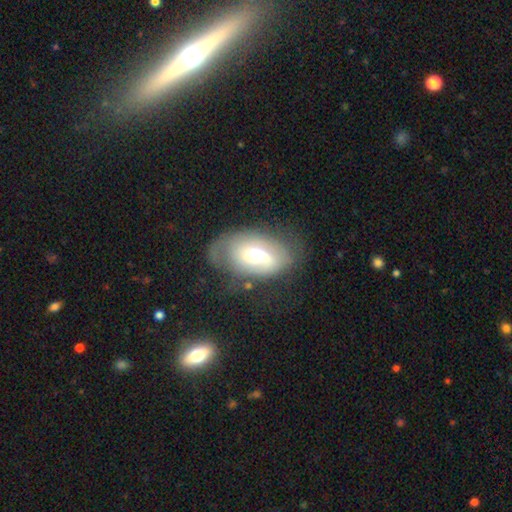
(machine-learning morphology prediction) Q: Smooth or featured?
A: featured or disk (53%); runner-up: smooth (39%)
Q: Edge-on disk?
A: no (92%); runner-up: yes (8%)
Q: Merging?
A: none (54%); runner-up: minor disturbance (27%)